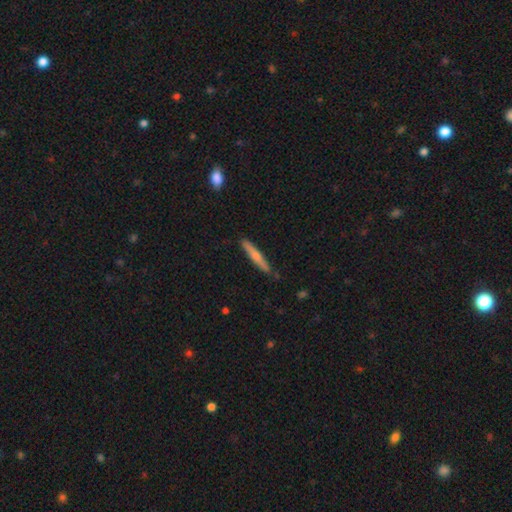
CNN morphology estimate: Q: Smooth or featured?
A: smooth (56%); runner-up: featured or disk (39%)
Q: How rounded?
A: cigar-shaped (94%); runner-up: in between (5%)
Q: Merging?
A: none (87%); runner-up: minor disturbance (10%)